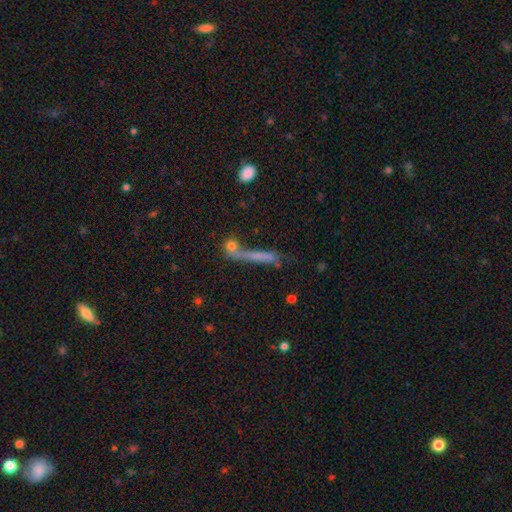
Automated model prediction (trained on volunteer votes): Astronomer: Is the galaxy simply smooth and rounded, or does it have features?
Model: smooth — 44% (runner-up: featured or disk, 32%).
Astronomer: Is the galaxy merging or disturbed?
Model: none — 47% (runner-up: merger, 28%).